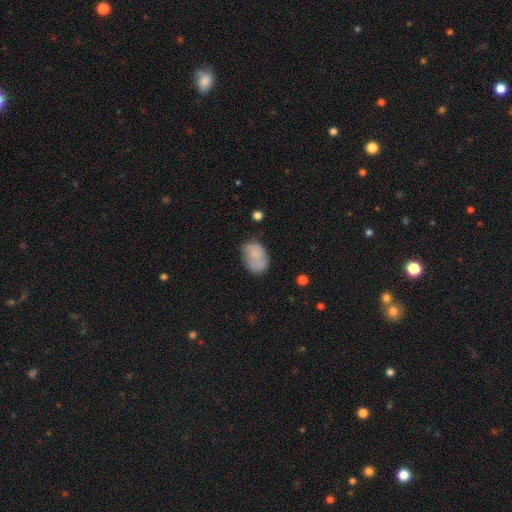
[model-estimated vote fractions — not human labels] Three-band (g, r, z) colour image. It shows a smooth galaxy with no disk features (76%) that is in between round and cigar-shaped (82%). Merging: none (55%).